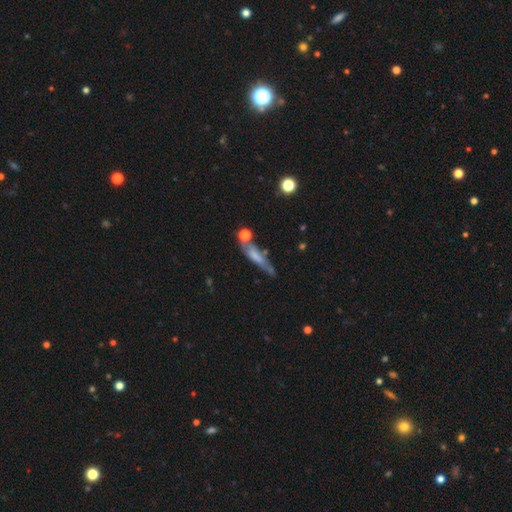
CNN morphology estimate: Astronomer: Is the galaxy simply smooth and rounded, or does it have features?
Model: smooth — 52% (runner-up: featured or disk, 37%).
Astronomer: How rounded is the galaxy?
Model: cigar-shaped — 78%.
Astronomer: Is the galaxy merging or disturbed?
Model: none — 50%.